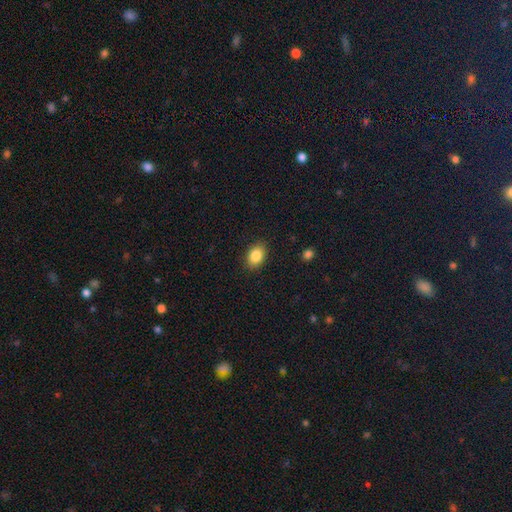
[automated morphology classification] Smooth or featured: smooth — 85% (star or artifact — 8%)
How rounded: in between — 80% (round — 19%)
Merging: none — 88% (minor disturbance — 9%)